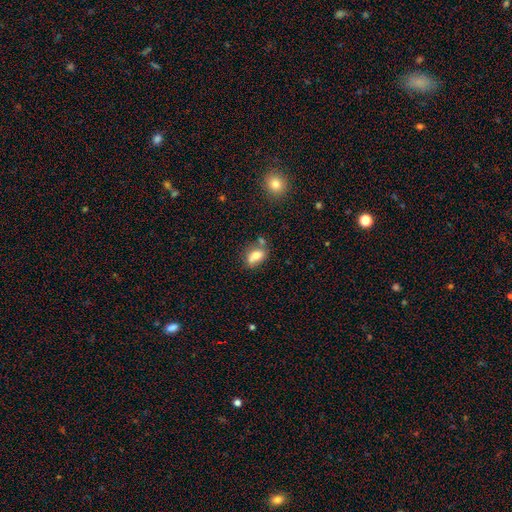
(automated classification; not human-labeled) This is likely a smooth galaxy (72%). How rounded: likely in between (79%). Merging: possibly none (55%).